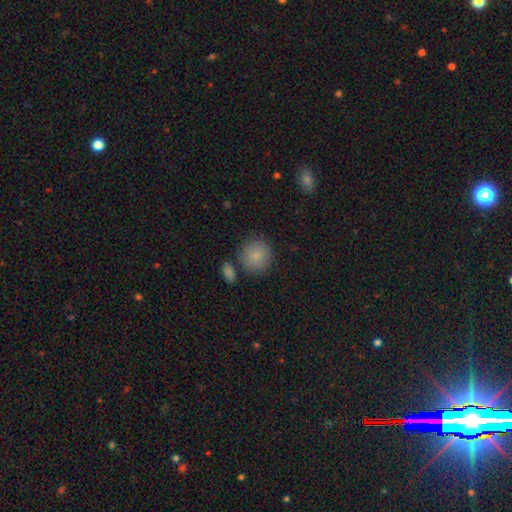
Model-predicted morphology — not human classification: This is clearly a smooth galaxy (86%). How rounded: clearly round (89%). Merging: likely none (76%).